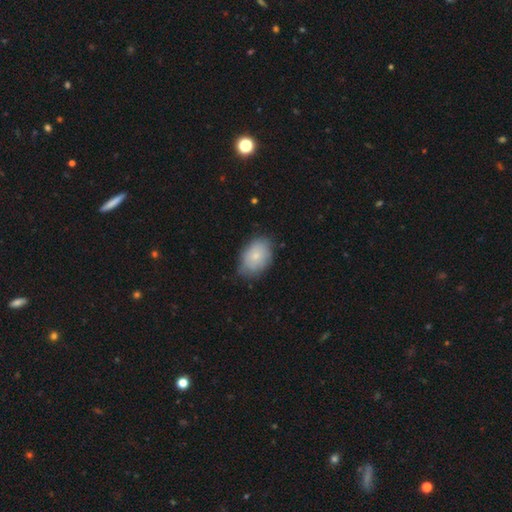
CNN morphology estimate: Q: Smooth or featured?
A: smooth (79%); runner-up: featured or disk (15%)
Q: How rounded?
A: in between (85%); runner-up: round (14%)
Q: Merging?
A: none (70%); runner-up: minor disturbance (24%)